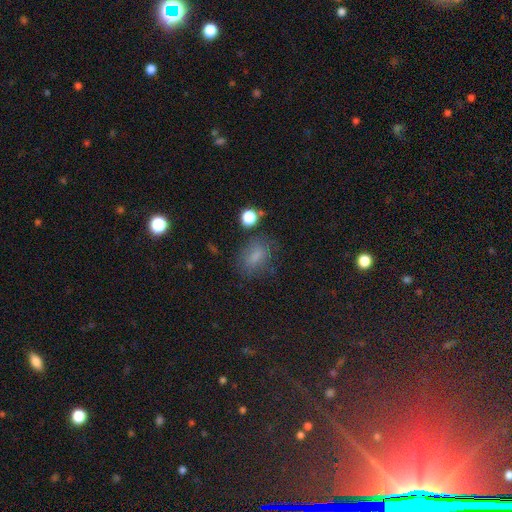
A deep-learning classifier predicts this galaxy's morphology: smooth-or-featured: smooth: 72% | star or artifact: 17% | featured or disk: 11%
  how-rounded: in between: 72% | round: 25% | cigar-shaped: 3%
  merging: none: 66% | minor disturbance: 20% | major disturbance: 10% | merger: 4%